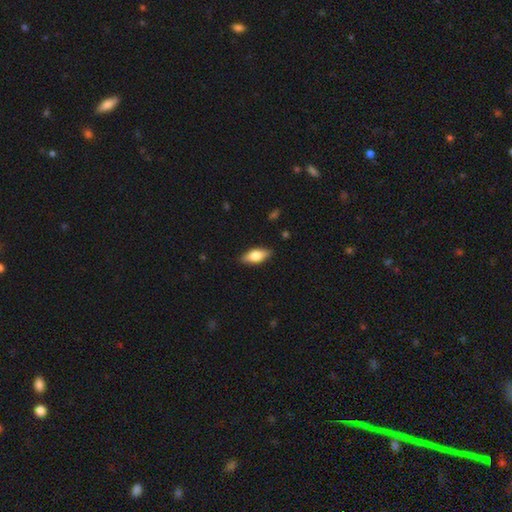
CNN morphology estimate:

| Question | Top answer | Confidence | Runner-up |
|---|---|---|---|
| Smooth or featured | smooth | 70% | featured or disk (24%) |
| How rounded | in between | 82% | cigar-shaped (15%) |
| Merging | none | 87% | minor disturbance (10%) |